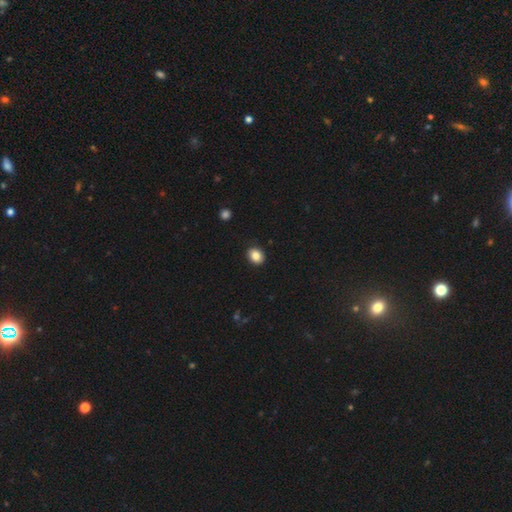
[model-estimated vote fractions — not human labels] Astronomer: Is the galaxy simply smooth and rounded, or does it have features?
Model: smooth — 86%.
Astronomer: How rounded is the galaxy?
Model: round — 50% (runner-up: in between, 49%).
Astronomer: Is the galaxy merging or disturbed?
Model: none — 89%.